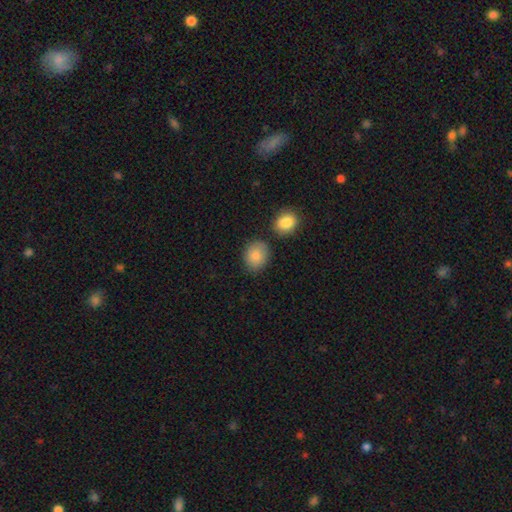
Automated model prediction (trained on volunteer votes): smooth 86%, star or artifact 7%, featured or disk 7%. Down the decision tree: how rounded — round (54%); merging — none (76%).